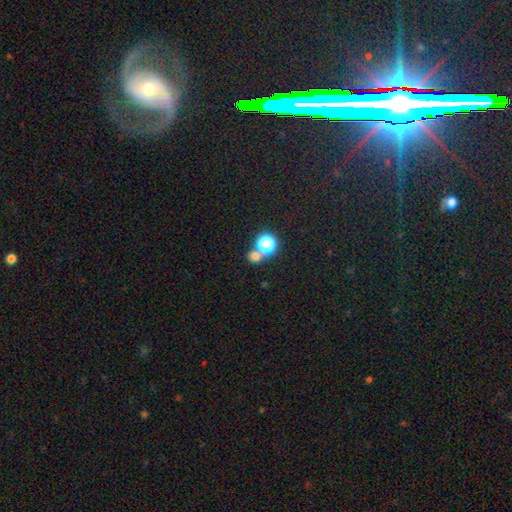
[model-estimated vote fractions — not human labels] Q: Smooth or featured?
A: smooth (68%); runner-up: star or artifact (24%)
Q: How rounded?
A: round (79%); runner-up: in between (20%)
Q: Merging?
A: none (50%); runner-up: merger (40%)